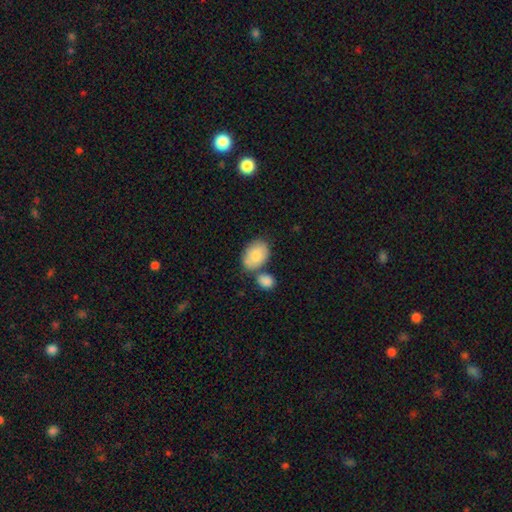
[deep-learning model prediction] This appears to be a smooth galaxy with no disk features (81%) that is in between round and cigar-shaped (82%). Merging: none (52%).